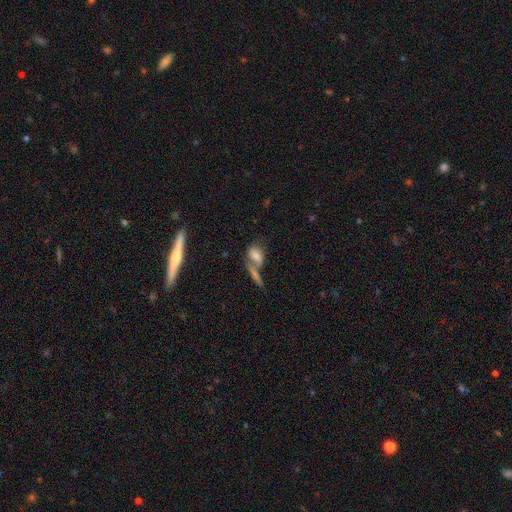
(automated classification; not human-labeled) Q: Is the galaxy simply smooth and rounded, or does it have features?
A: smooth — 60%.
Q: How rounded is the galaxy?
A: in between — 70%.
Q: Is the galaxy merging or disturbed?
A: merger — 47%.